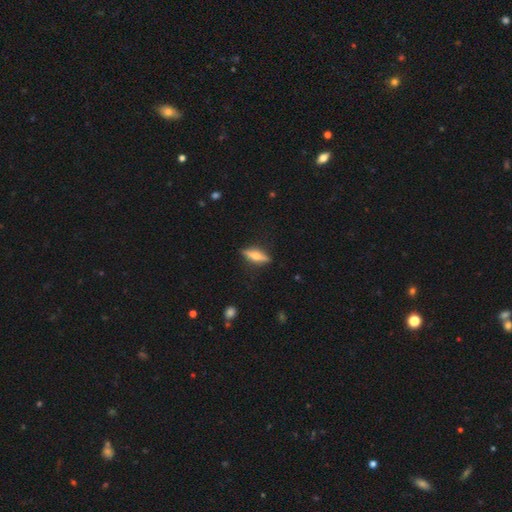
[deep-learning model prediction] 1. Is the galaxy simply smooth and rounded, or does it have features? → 59% featured or disk, 35% smooth, 6% star or artifact.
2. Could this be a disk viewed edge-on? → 94% yes, 6% no.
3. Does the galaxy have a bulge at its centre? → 92% rounded, 5% boxy, 3% none.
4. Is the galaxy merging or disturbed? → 86% none, 11% minor disturbance, 3% major disturbance, 1% merger.